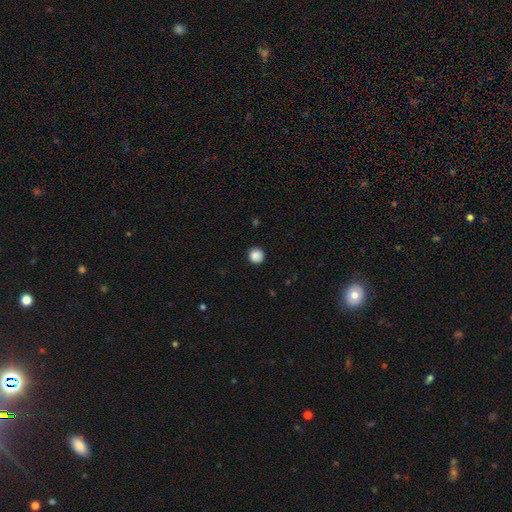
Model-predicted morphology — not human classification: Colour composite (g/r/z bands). It shows a smooth galaxy with no disk features (87%) that is round (94%). Merging: none (91%).